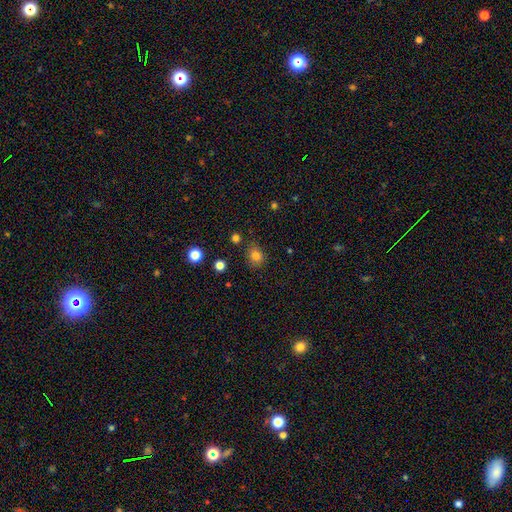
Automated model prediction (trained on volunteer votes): smooth_or_featured: smooth (p=0.80) [alt: star or artifact p=0.14]
how_rounded: round (p=0.68) [alt: in between p=0.31]
merging: none (p=0.78) [alt: minor disturbance p=0.15]